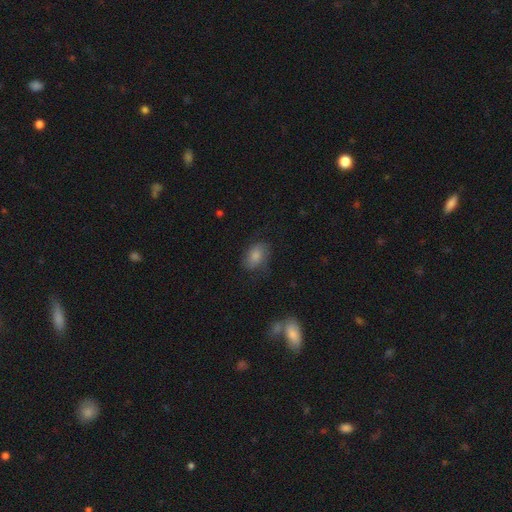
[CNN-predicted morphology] Overall: smooth (73%). How rounded: in between (83%). Merging: none (62%; minor disturbance 24%).